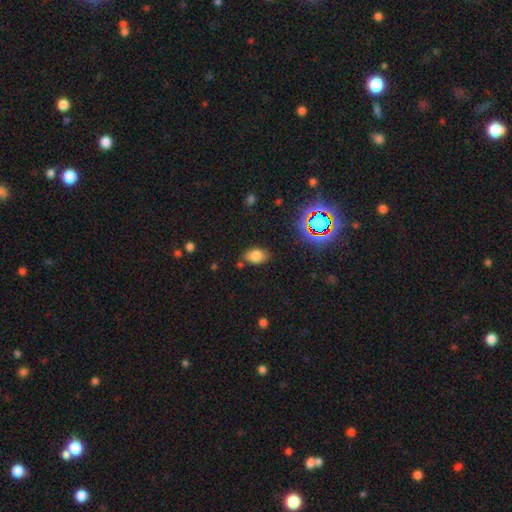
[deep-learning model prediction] smooth_or_featured: smooth (p=0.77) [alt: star or artifact p=0.14]
how_rounded: in between (p=0.81) [alt: round p=0.18]
merging: none (p=0.77) [alt: minor disturbance p=0.15]